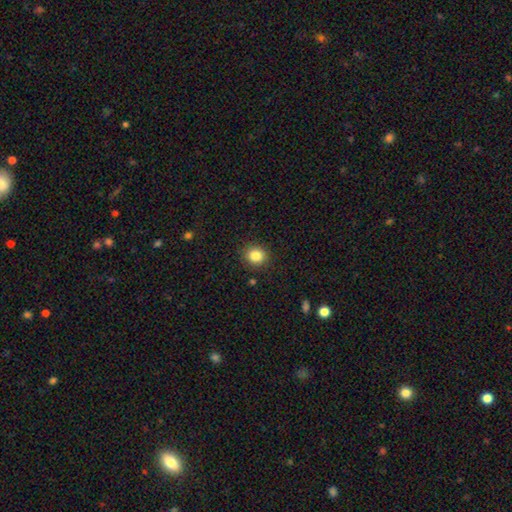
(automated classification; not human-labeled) The model was most divided on "how rounded": round: 79%, in between: 21%, cigar-shaped: 1%. More confident: merging — none (90%); smooth or featured — smooth (84%).